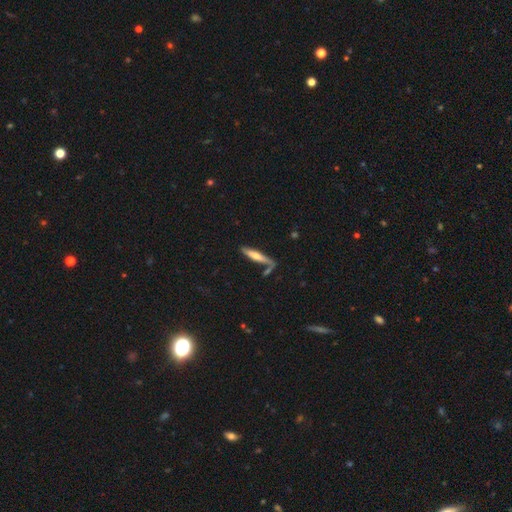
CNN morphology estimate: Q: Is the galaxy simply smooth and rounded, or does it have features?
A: smooth — 55%.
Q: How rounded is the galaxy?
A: cigar-shaped — 88%.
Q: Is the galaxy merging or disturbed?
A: none — 67%.